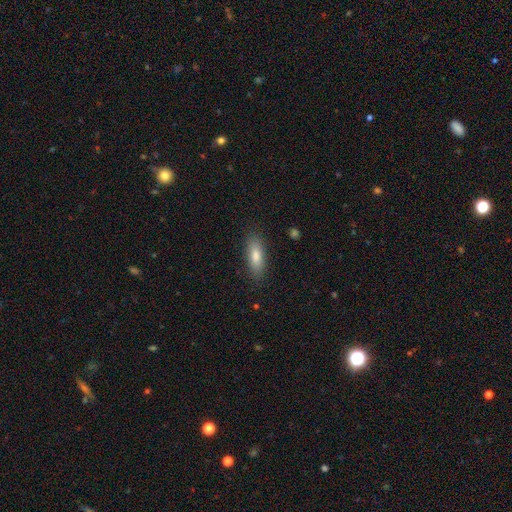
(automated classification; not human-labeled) smooth-or-featured: smooth: 79% | featured or disk: 13% | star or artifact: 8%
  how-rounded: in between: 63% | cigar-shaped: 35% | round: 2%
  merging: none: 87% | minor disturbance: 10% | major disturbance: 2% | merger: 1%